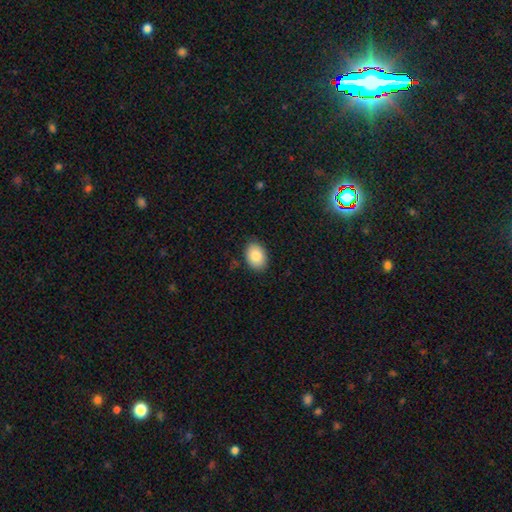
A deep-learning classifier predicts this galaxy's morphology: A smooth galaxy with no disk features (85%) that is in between round and cigar-shaped (80%).

Vote fractions:
- Smooth or featured? smooth: 85% / featured or disk: 8% / star or artifact: 7%
- How rounded? in between: 80% / round: 19% / cigar-shaped: 1%
- Merging? none: 87% / minor disturbance: 10% / major disturbance: 2% / merger: 1%